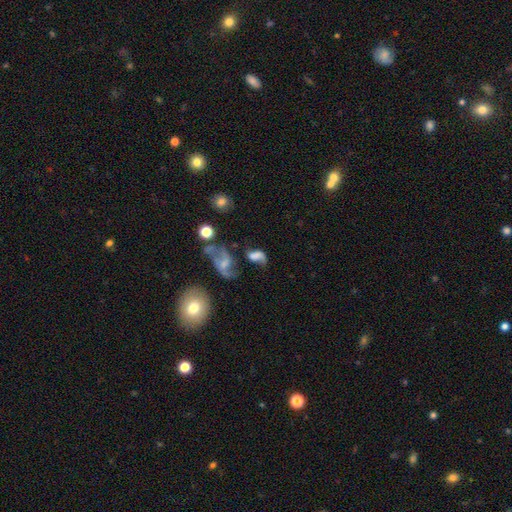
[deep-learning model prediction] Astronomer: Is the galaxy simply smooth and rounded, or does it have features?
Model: featured or disk — 46% (runner-up: smooth, 40%).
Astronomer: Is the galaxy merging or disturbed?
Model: none — 37% (runner-up: major disturbance, 23%).